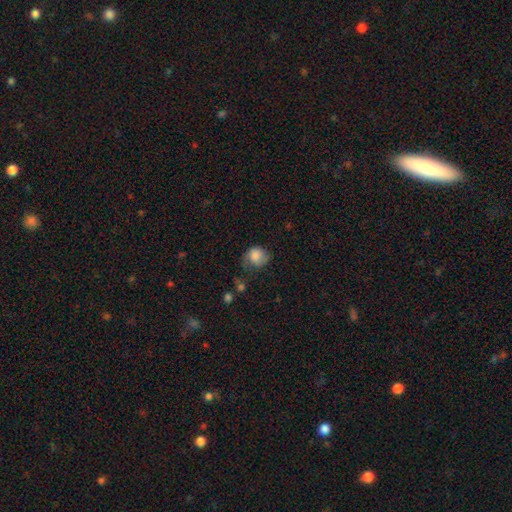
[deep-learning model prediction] Smooth or featured? Predicted: smooth (p=0.79). How rounded? Predicted: round (p=0.76). Merging? Predicted: none (p=0.44).